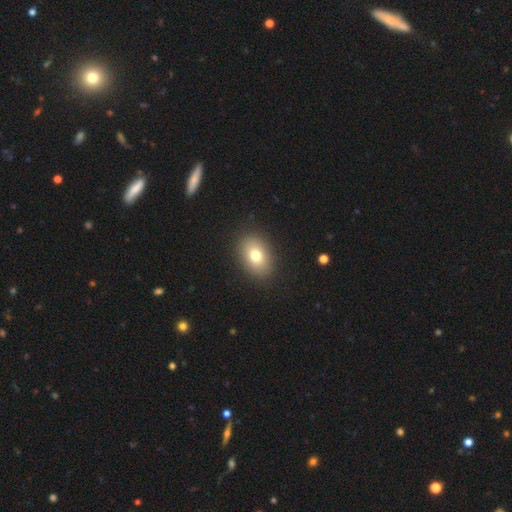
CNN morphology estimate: smooth-or-featured: smooth: 76% | featured or disk: 14% | star or artifact: 11%
  how-rounded: in between: 76% | round: 23% | cigar-shaped: 1%
  merging: none: 89% | minor disturbance: 7% | major disturbance: 3% | merger: 1%